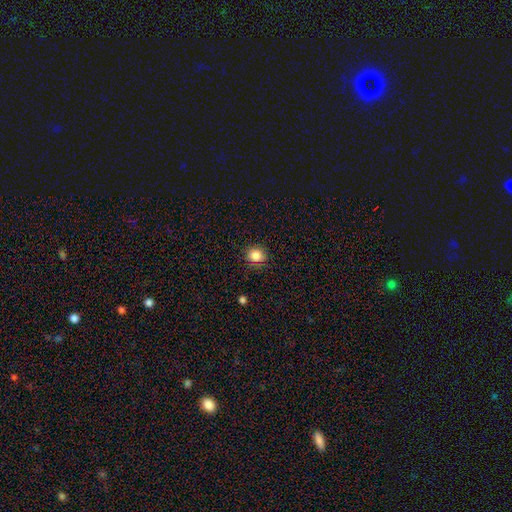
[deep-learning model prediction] Overall: smooth (83%). How rounded: round (87%). Merging: none (84%).